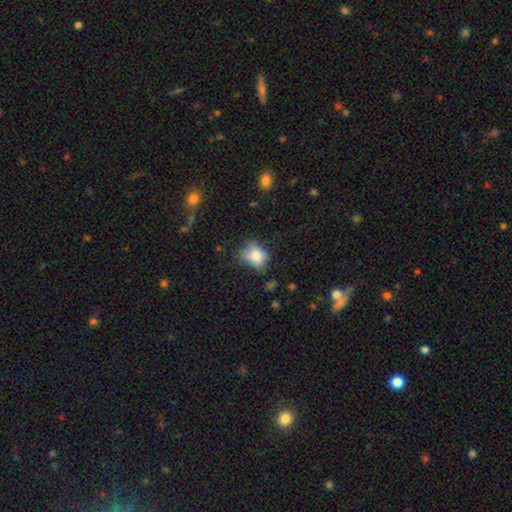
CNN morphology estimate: smooth 74%, featured or disk 15%, star or artifact 10%. Down the decision tree: how rounded — in between (57%); merging — none (47%).